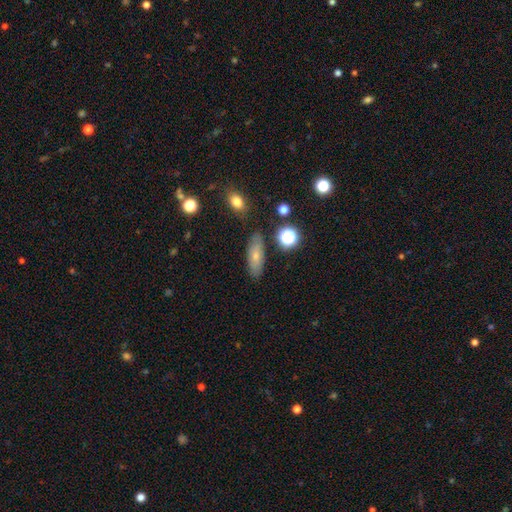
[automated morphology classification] A smooth galaxy with no disk features (68%) that is in between round and cigar-shaped (65%). Merging: none (81%).